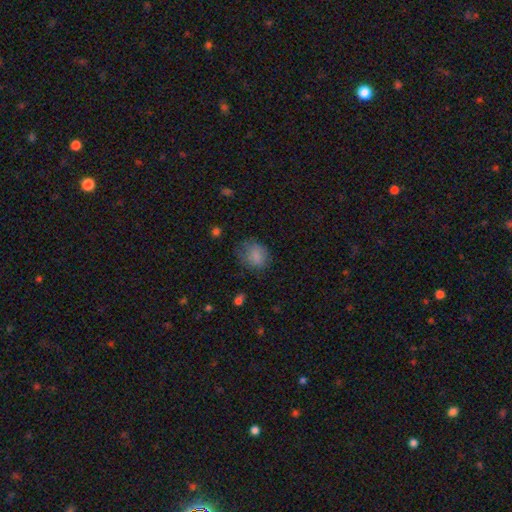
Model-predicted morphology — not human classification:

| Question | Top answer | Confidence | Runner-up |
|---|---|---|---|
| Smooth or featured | smooth | 79% | star or artifact (10%) |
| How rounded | round | 59% | in between (40%) |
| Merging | none | 56% | minor disturbance (28%) |